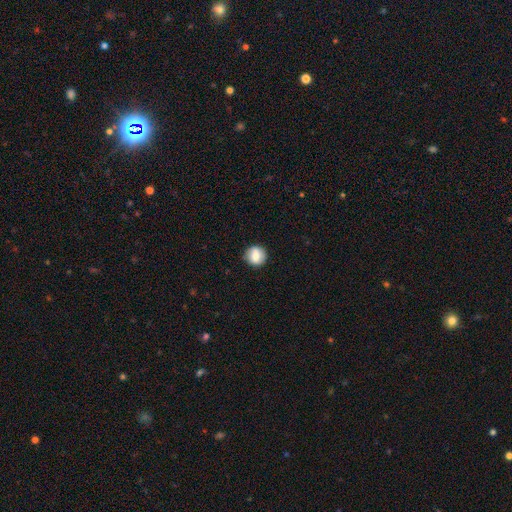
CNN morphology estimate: A smooth galaxy with no disk features (74%) that is round (88%).

Vote fractions:
- Smooth or featured? smooth: 74% / featured or disk: 18% / star or artifact: 9%
- How rounded? round: 88% / in between: 11% / cigar-shaped: 1%
- Merging? none: 85% / minor disturbance: 11% / major disturbance: 3% / merger: 1%